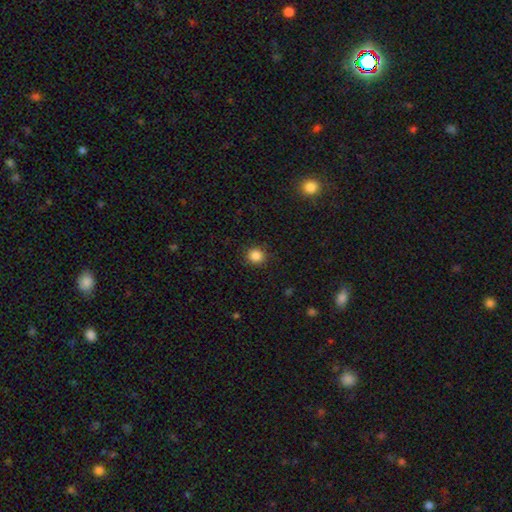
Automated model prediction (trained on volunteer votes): smooth-or-featured: smooth: 85% | star or artifact: 11% | featured or disk: 3%
  how-rounded: round: 89% | in between: 10% | cigar-shaped: 1%
  merging: none: 89% | minor disturbance: 7% | major disturbance: 2% | merger: 1%